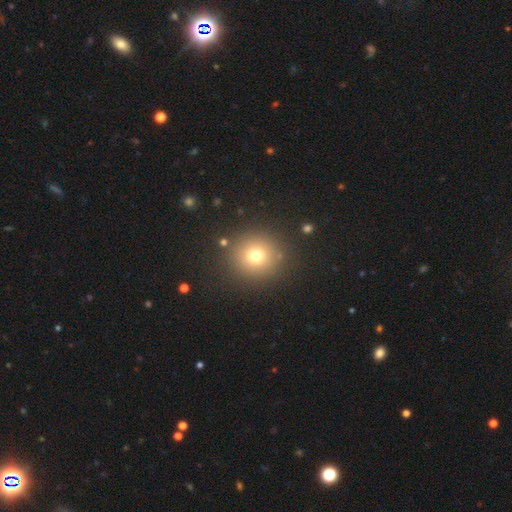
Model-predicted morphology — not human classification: Smooth or featured? Predicted: smooth (p=0.73). How rounded? Predicted: round (p=0.92). Merging? Predicted: none (p=0.87).